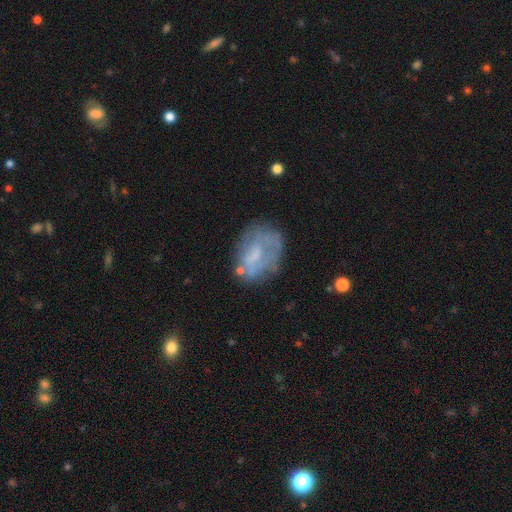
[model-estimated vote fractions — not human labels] Q: Smooth or featured?
A: featured or disk (52%); runner-up: smooth (38%)
Q: Edge-on disk?
A: no (96%); runner-up: yes (4%)
Q: Merging?
A: none (52%); runner-up: minor disturbance (25%)